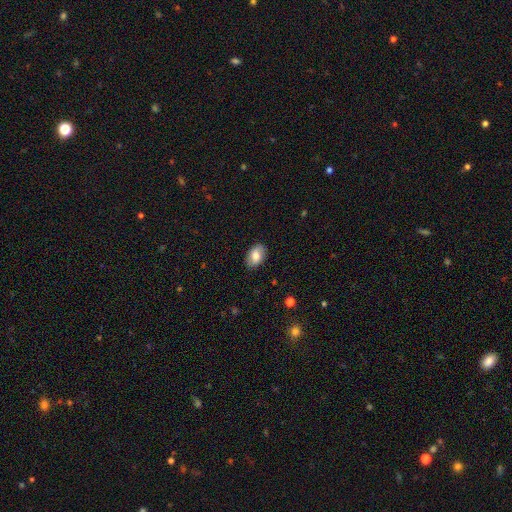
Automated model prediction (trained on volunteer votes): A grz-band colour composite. It shows a smooth galaxy with no disk features (77%) that is in between round and cigar-shaped (89%). Merging: none (85%).